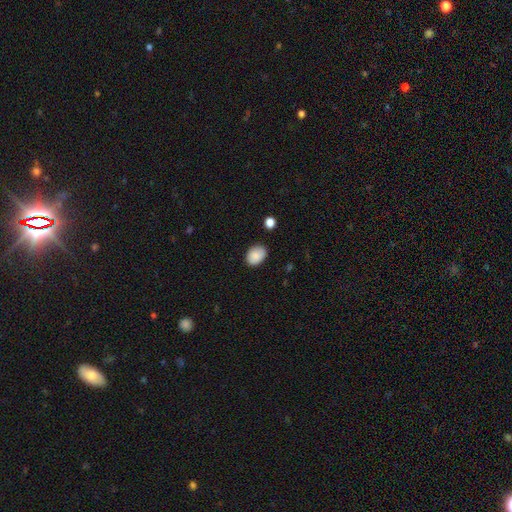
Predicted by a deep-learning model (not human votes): Smooth or featured? smooth (89%)
How rounded? in between (75%)
Merging? none (83%)